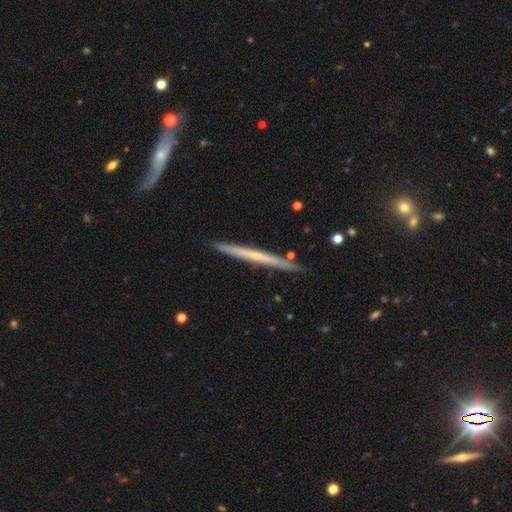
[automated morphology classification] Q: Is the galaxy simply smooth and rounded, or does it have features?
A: featured or disk — 59%.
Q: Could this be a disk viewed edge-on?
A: yes — 97%.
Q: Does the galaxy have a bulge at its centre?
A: none — 76%.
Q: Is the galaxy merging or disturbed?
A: none — 89%.